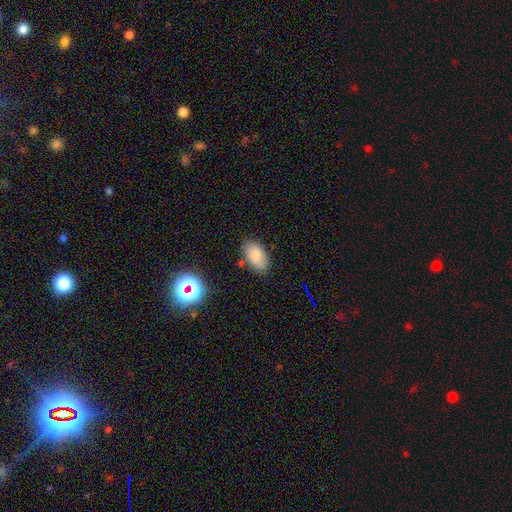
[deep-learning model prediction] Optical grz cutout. It shows a smooth galaxy with no disk features (83%) that is in between round and cigar-shaped (94%). Merging: none (80%).